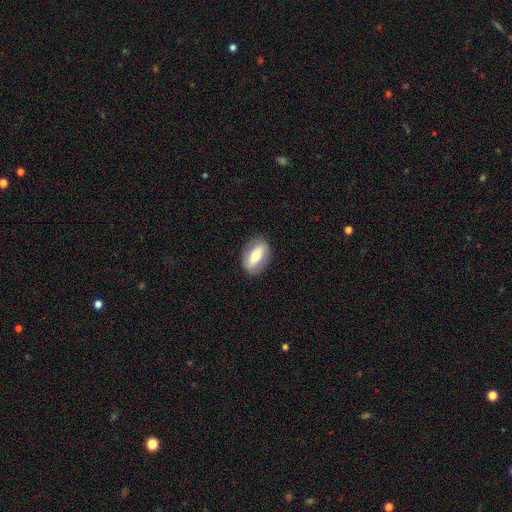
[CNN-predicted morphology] Overall: smooth (53%; featured or disk 41%). How rounded: in between (85%). Merging: none (84%).